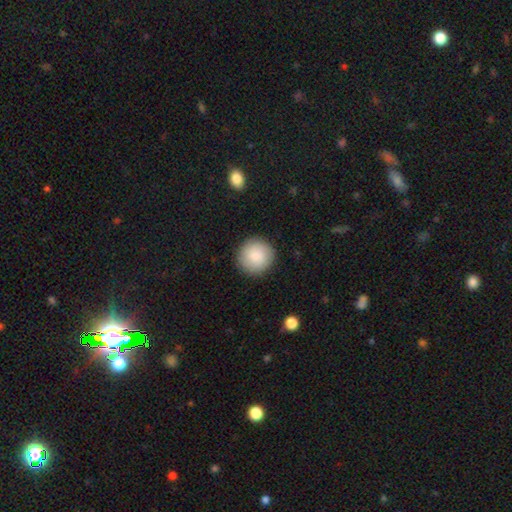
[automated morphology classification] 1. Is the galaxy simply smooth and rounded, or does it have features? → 83% smooth, 11% featured or disk, 6% star or artifact.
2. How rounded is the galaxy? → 95% round, 4% in between, 1% cigar-shaped.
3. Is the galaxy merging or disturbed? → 90% none, 7% minor disturbance, 2% major disturbance, 1% merger.